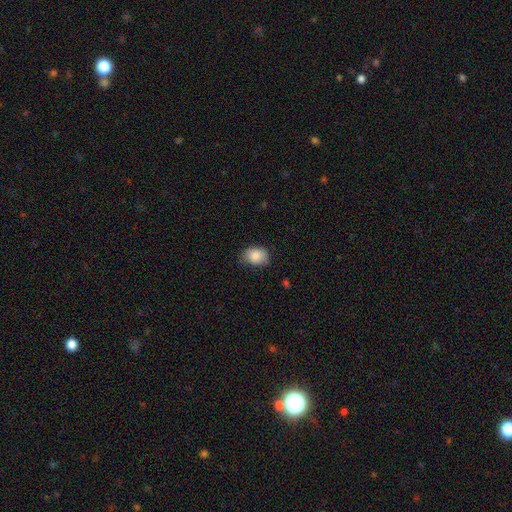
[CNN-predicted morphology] Smooth or featured?
  - smooth: 86% *
  - star or artifact: 8%
  - featured or disk: 6%
How rounded?
  - in between: 65% *
  - round: 34%
  - cigar-shaped: 1%
Merging?
  - none: 67% *
  - minor disturbance: 27%
  - major disturbance: 5%
  - merger: 1%